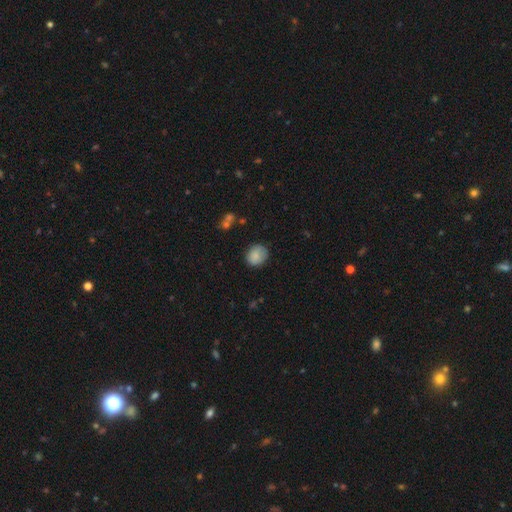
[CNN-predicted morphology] The model was most divided on "how rounded": round: 65%, in between: 34%, cigar-shaped: 1%. More confident: smooth or featured — smooth (83%); merging — none (76%).